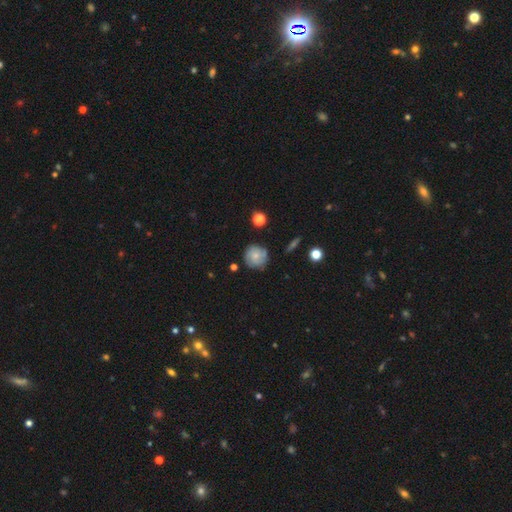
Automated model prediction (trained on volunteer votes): smooth_or_featured: smooth (p=0.56) [alt: featured or disk p=0.36]
how_rounded: round (p=0.90) [alt: in between p=0.09]
merging: none (p=0.74) [alt: minor disturbance p=0.19]